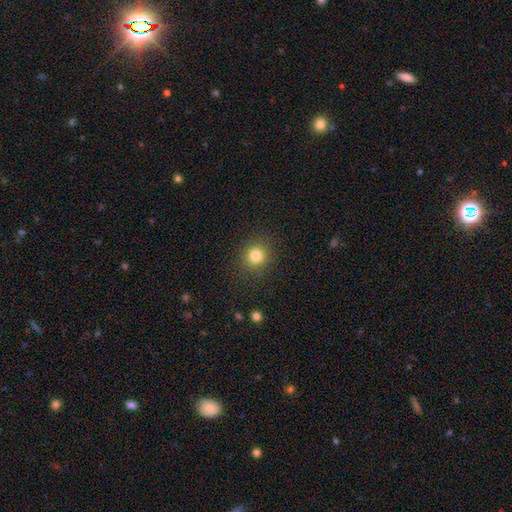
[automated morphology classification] Smooth or featured? Predicted: smooth (p=0.82). How rounded? Predicted: round (p=0.89). Merging? Predicted: none (p=0.88).